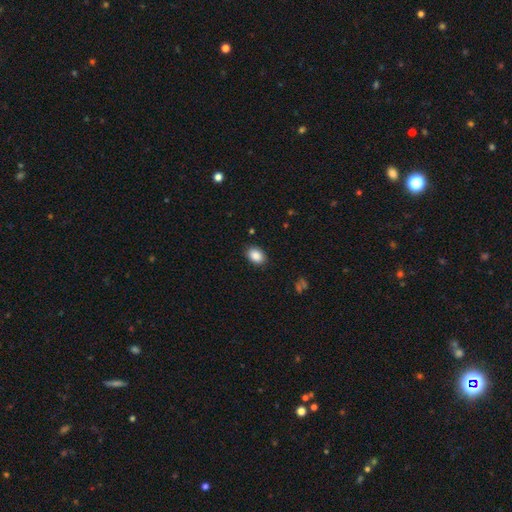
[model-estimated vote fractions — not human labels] Q: Smooth or featured?
A: smooth (88%); runner-up: star or artifact (8%)
Q: How rounded?
A: in between (81%); runner-up: round (18%)
Q: Merging?
A: none (88%); runner-up: minor disturbance (8%)